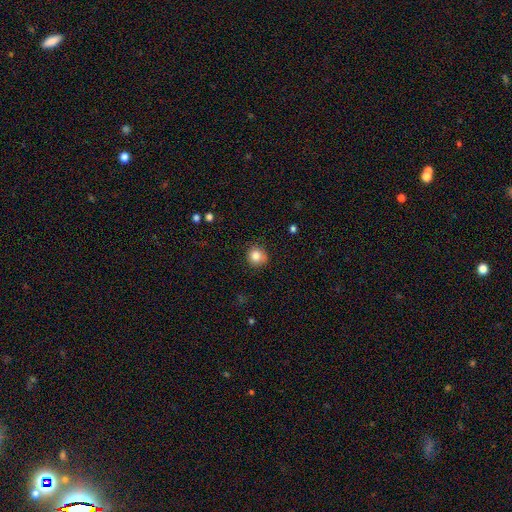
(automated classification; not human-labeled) A smooth galaxy with no disk features (83%) that is round (90%).

Vote fractions:
- Smooth or featured? smooth: 83% / star or artifact: 11% / featured or disk: 7%
- How rounded? round: 90% / in between: 9% / cigar-shaped: 1%
- Merging? none: 81% / minor disturbance: 15% / major disturbance: 3% / merger: 2%